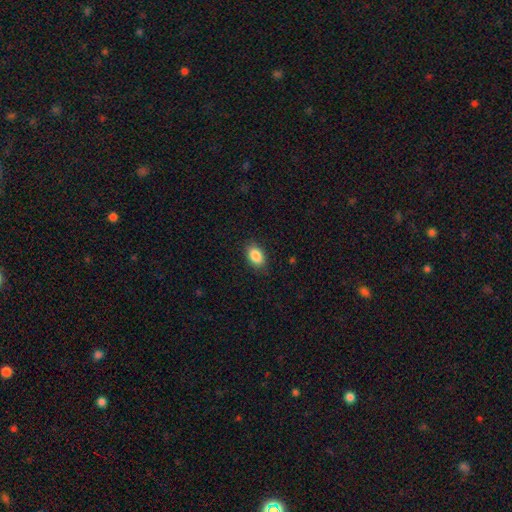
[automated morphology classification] Q: Smooth or featured?
A: smooth (88%); runner-up: star or artifact (8%)
Q: How rounded?
A: in between (88%); runner-up: round (10%)
Q: Merging?
A: none (87%); runner-up: minor disturbance (10%)